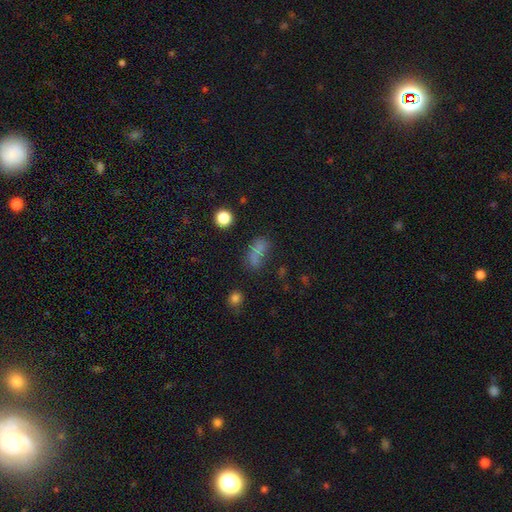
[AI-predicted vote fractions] Smooth or featured: smooth — 63% (star or artifact — 21%)
How rounded: in between — 75% (round — 15%)
Merging: none — 43% (minor disturbance — 20%)